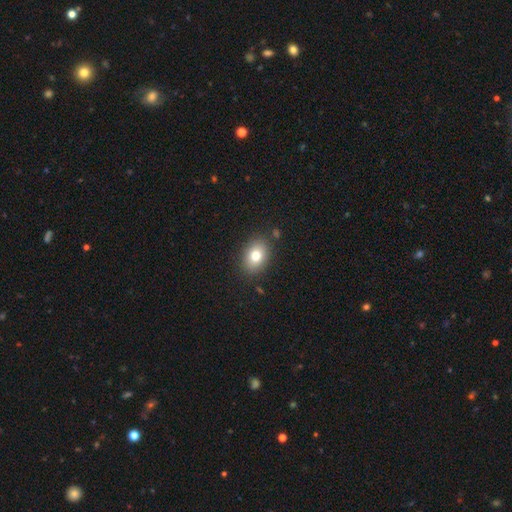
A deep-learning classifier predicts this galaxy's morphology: Q: Smooth or featured?
A: smooth (78%); runner-up: featured or disk (12%)
Q: How rounded?
A: in between (73%); runner-up: round (26%)
Q: Merging?
A: none (86%); runner-up: minor disturbance (9%)